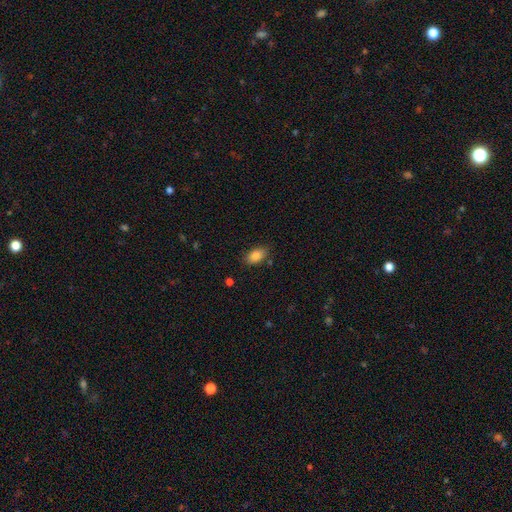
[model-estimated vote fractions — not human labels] smooth-or-featured: smooth: 85% | star or artifact: 8% | featured or disk: 7%
  how-rounded: in between: 91% | round: 7% | cigar-shaped: 3%
  merging: none: 82% | minor disturbance: 13% | major disturbance: 3% | merger: 2%